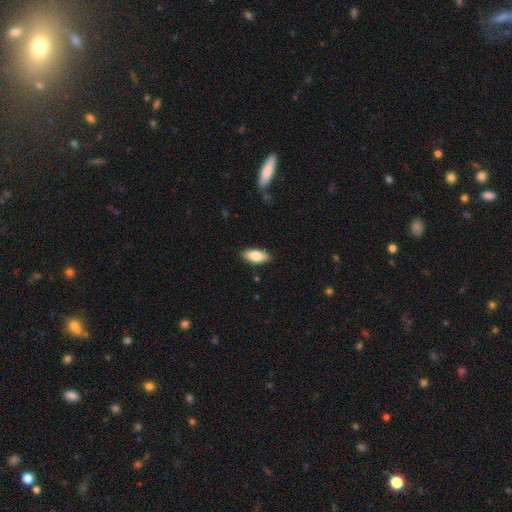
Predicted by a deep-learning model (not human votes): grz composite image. It shows a smooth galaxy with no disk features (82%) that is in between round and cigar-shaped (86%). Merging: none (88%).